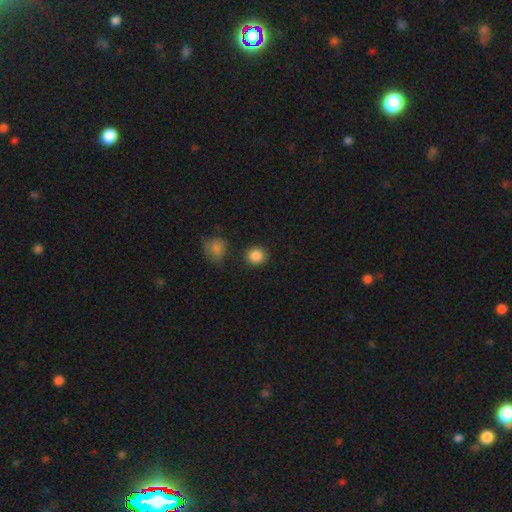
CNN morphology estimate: smooth-or-featured: smooth: 87% | star or artifact: 9% | featured or disk: 4%
  how-rounded: round: 90% | in between: 9% | cigar-shaped: 1%
  merging: none: 86% | minor disturbance: 8% | merger: 4% | major disturbance: 3%